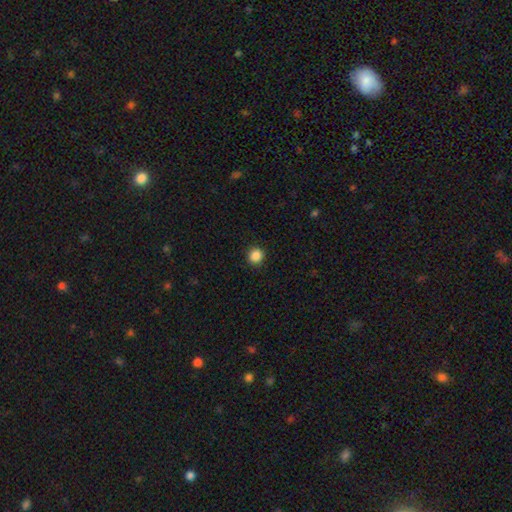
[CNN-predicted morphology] This is clearly a smooth galaxy (87%). How rounded: clearly round (90%). Merging: clearly none (91%).